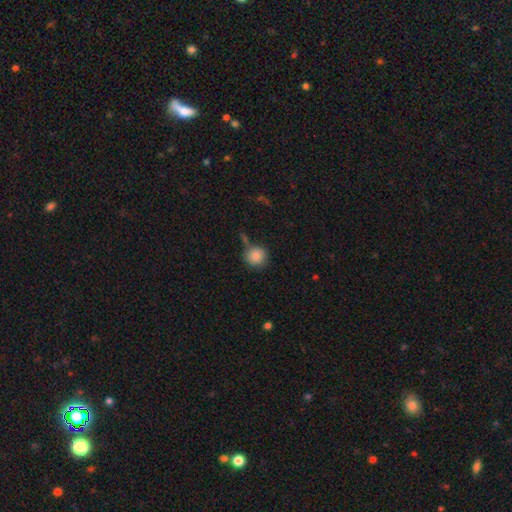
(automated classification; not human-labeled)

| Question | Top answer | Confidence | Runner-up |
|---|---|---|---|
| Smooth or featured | smooth | 86% | star or artifact (8%) |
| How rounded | round | 93% | in between (6%) |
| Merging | none | 69% | minor disturbance (14%) |